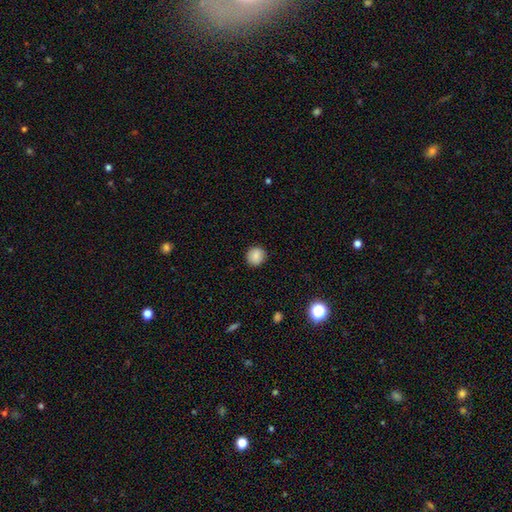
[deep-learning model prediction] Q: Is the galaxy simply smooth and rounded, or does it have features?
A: smooth — 86%.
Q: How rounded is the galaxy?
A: round — 90%.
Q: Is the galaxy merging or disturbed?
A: none — 90%.